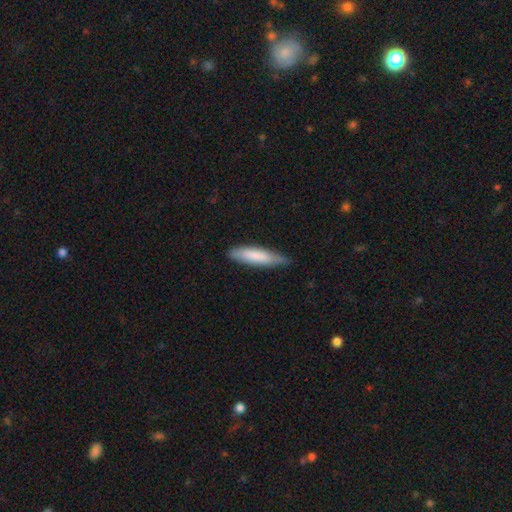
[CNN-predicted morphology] Smooth or featured: smooth — 78% (featured or disk — 17%)
How rounded: cigar-shaped — 78% (in between — 21%)
Merging: none — 75% (minor disturbance — 21%)